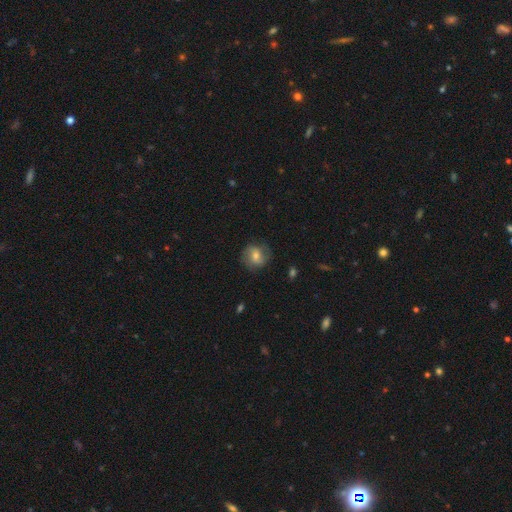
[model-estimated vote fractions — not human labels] This appears to be a smooth galaxy with no disk features (47%). Merging: none (77%).